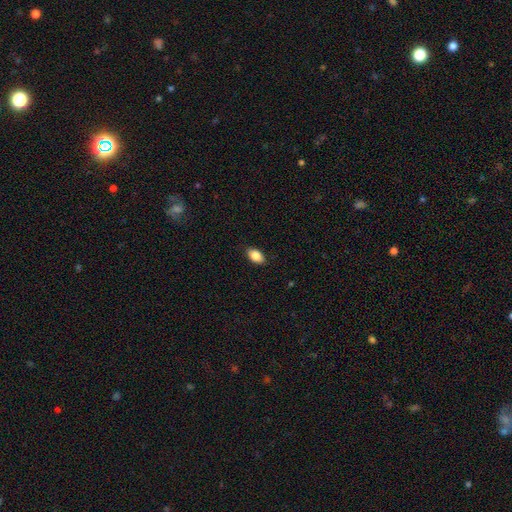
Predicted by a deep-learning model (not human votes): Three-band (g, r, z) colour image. It shows a smooth galaxy with no disk features (85%) that is in between round and cigar-shaped (91%). Merging: none (87%).